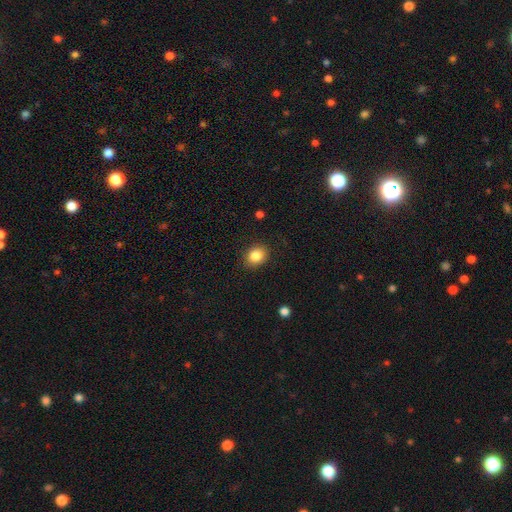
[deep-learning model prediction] Smooth or featured: smooth — 85% (star or artifact — 9%)
How rounded: round — 57% (in between — 42%)
Merging: none — 87% (minor disturbance — 9%)